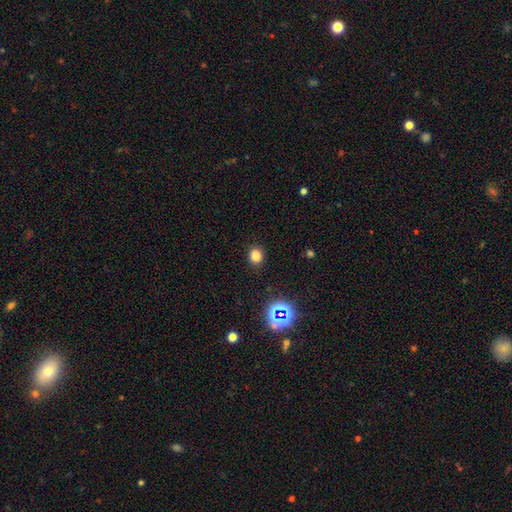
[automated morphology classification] smooth-or-featured: smooth: 79% | star or artifact: 17% | featured or disk: 5%
  how-rounded: round: 63% | in between: 36% | cigar-shaped: 1%
  merging: none: 87% | minor disturbance: 9% | major disturbance: 3% | merger: 1%